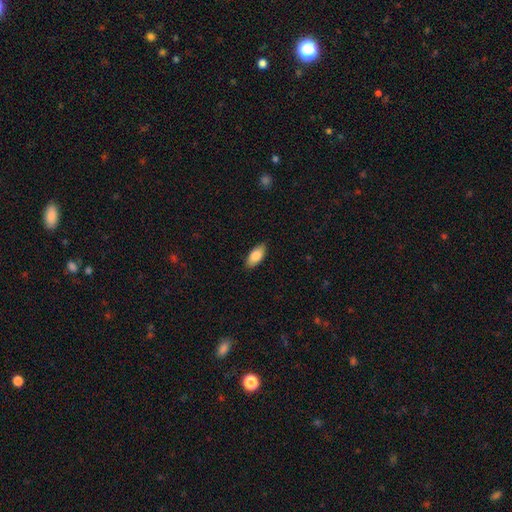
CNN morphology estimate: A smooth galaxy with no disk features (84%) that is in between round and cigar-shaped (89%).

Vote fractions:
- Smooth or featured? smooth: 84% / featured or disk: 10% / star or artifact: 6%
- How rounded? in between: 89% / cigar-shaped: 8% / round: 2%
- Merging? none: 88% / minor disturbance: 10% / major disturbance: 2% / merger: 1%